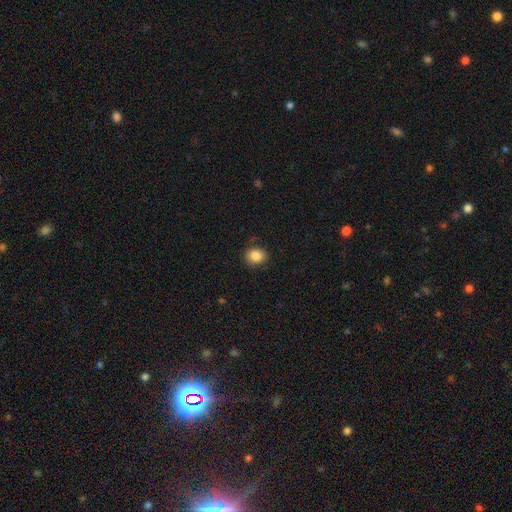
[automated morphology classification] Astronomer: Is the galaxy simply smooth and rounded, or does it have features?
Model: smooth — 86%.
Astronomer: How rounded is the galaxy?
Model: round — 61% (runner-up: in between, 38%).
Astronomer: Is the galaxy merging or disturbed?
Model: none — 82%.